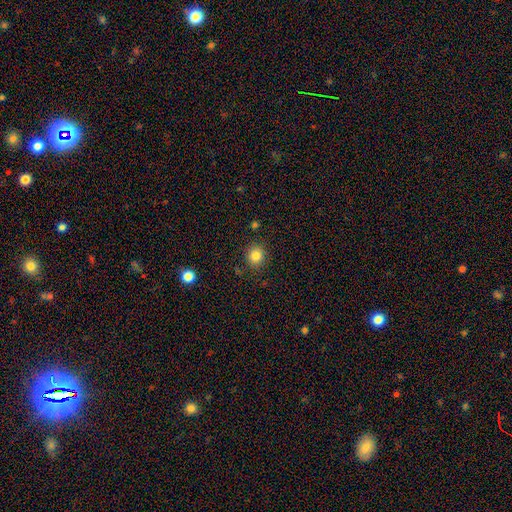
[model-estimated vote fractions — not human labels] Smooth or featured? Predicted: smooth (p=0.83). How rounded? Predicted: round (p=0.87). Merging? Predicted: none (p=0.88).